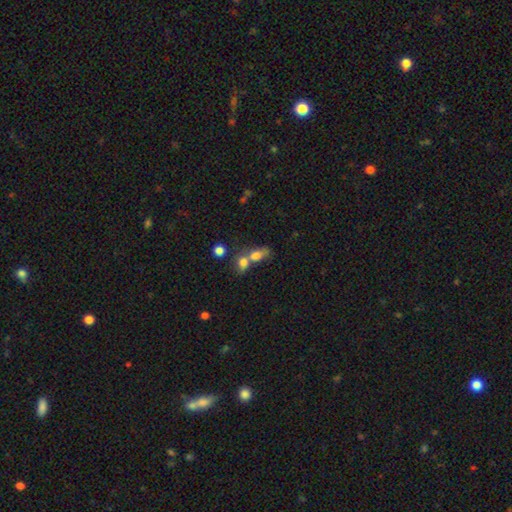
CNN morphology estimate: Smooth or featured? smooth (75%)
How rounded? in between (68%)
Merging? merger (64%)